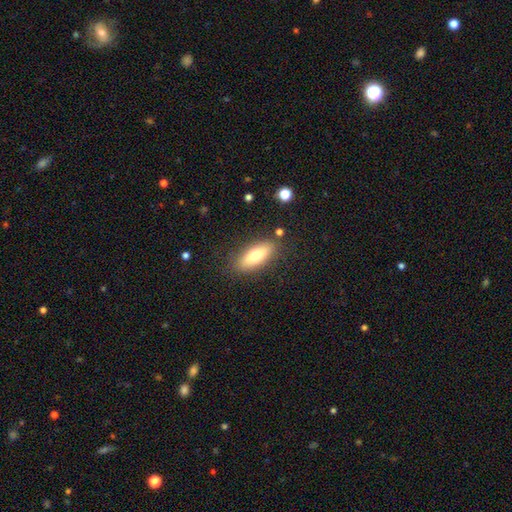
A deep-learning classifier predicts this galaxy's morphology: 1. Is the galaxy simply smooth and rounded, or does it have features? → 71% smooth, 22% featured or disk, 7% star or artifact.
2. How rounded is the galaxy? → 70% in between, 27% cigar-shaped, 3% round.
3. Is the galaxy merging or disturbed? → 84% none, 11% minor disturbance, 3% major disturbance, 2% merger.